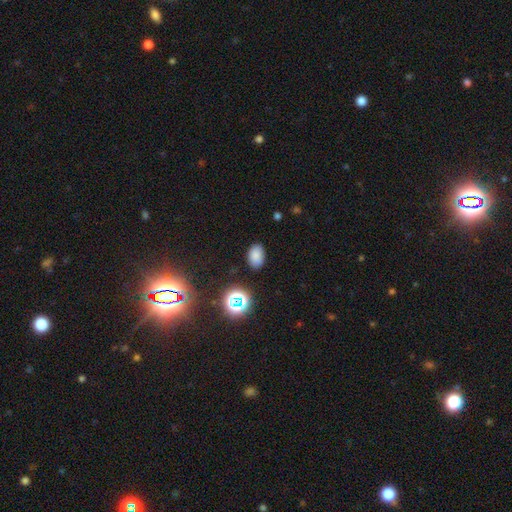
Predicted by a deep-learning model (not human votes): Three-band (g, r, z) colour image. It shows a smooth galaxy with no disk features (80%) that is in between round and cigar-shaped (85%). Merging: none (84%).